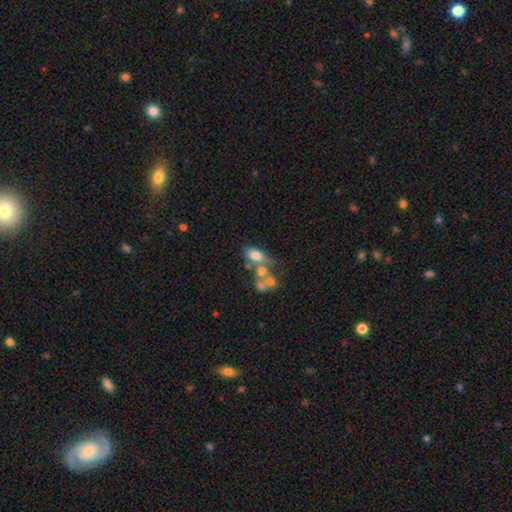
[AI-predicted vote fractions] This is likely a smooth galaxy (63%). How rounded: clearly in between (81%). Merging: possibly merger (47%).